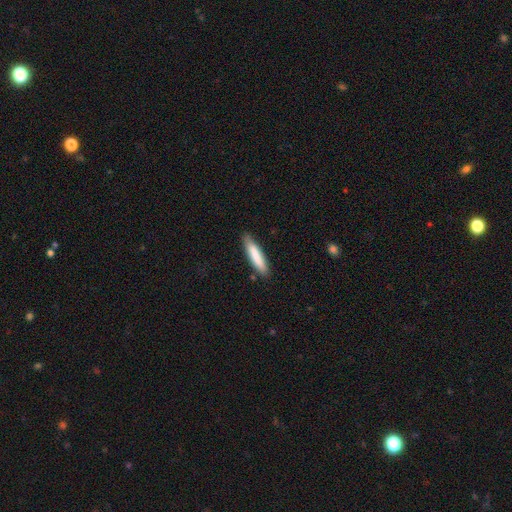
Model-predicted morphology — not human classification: Smooth or featured? Predicted: smooth (p=0.80). How rounded? Predicted: cigar-shaped (p=0.85). Merging? Predicted: none (p=0.85).